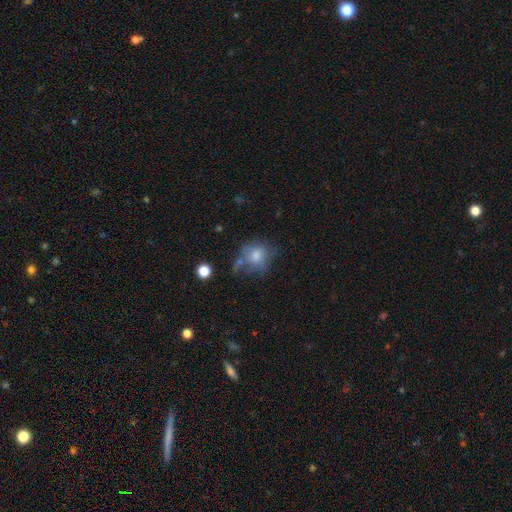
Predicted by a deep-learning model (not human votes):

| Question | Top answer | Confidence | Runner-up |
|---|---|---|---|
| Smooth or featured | smooth | 67% | featured or disk (21%) |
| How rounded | round | 66% | in between (33%) |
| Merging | none | 46% | minor disturbance (25%) |